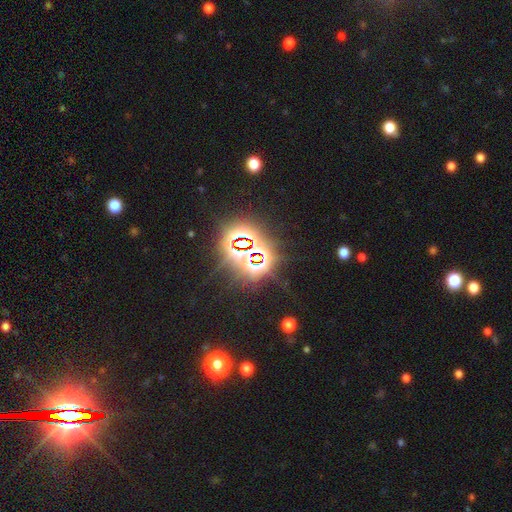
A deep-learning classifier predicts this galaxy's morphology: Q: Smooth or featured?
A: star or artifact (82%); runner-up: smooth (10%)